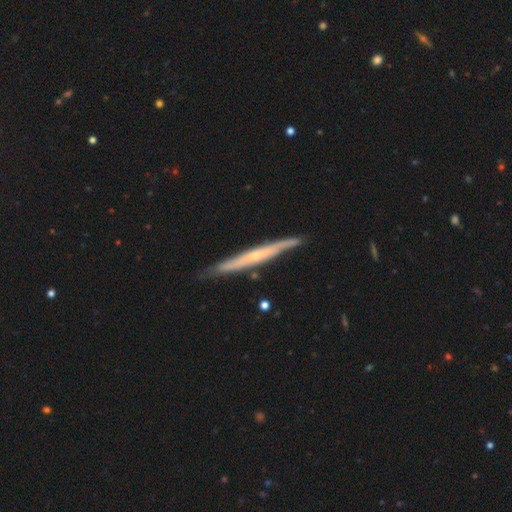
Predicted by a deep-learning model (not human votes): This is likely a featured or disk galaxy (68%). It is clearly viewed edge-on (93%). Edge-on bulge: possibly none (54%). Merging: clearly none (81%).